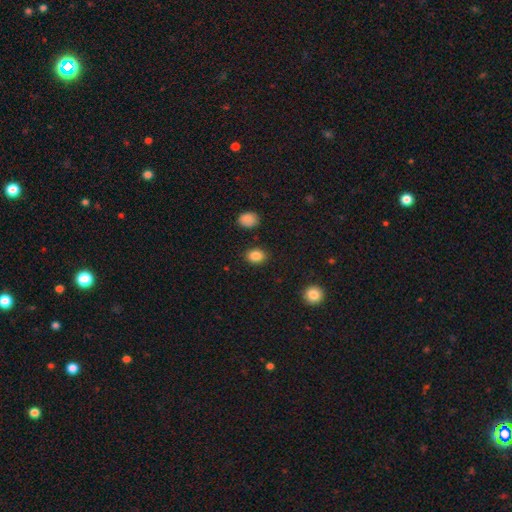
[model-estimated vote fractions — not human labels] This is clearly a smooth galaxy (86%). How rounded: likely in between (61%). Merging: clearly none (87%).